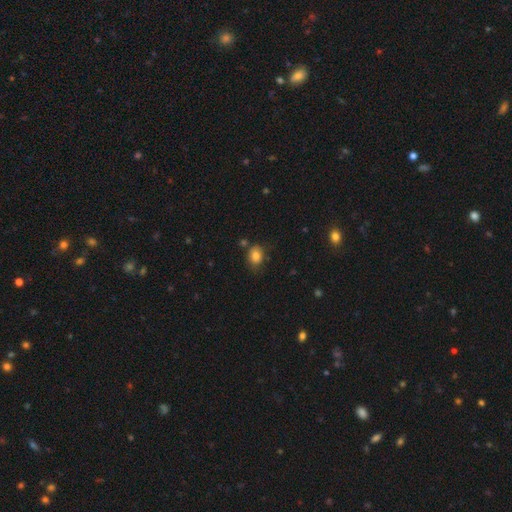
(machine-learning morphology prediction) type=smooth (82%); roundness=in between (62%); merging=none (71%).